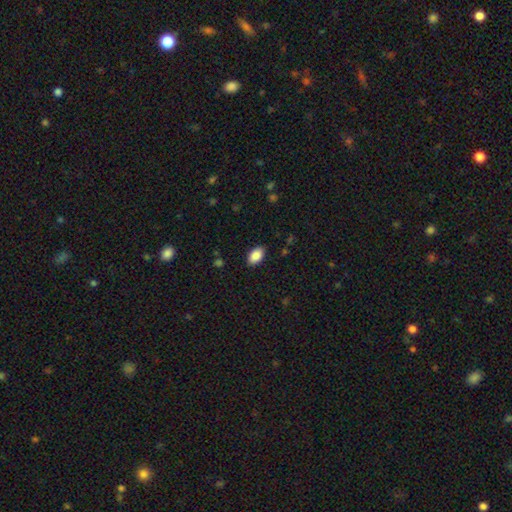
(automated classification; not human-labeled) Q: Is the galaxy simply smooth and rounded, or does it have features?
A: smooth — 89%.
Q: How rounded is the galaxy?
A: in between — 92%.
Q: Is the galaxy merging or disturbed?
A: none — 87%.